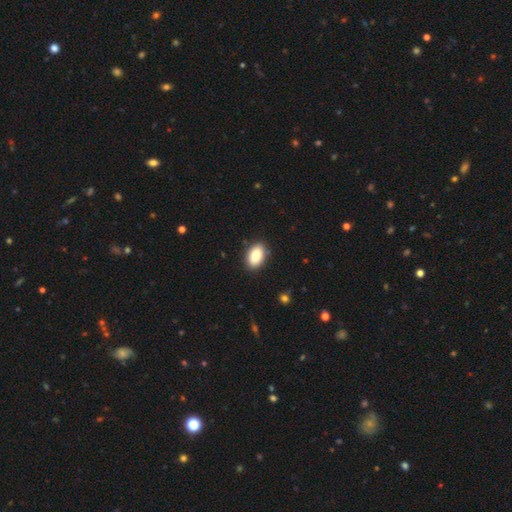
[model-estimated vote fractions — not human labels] This appears to be a smooth galaxy with no disk features (88%) that is in between round and cigar-shaped (92%). Merging: none (88%).